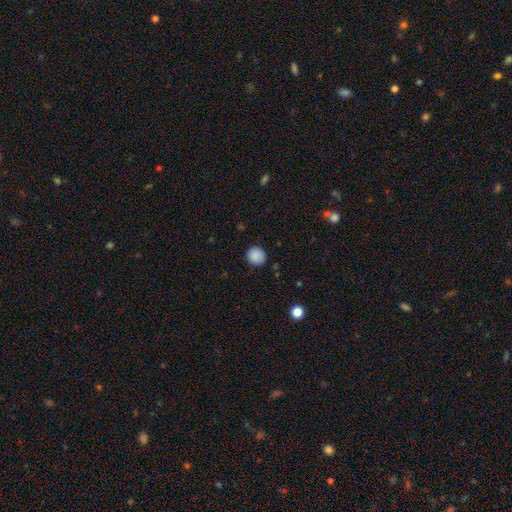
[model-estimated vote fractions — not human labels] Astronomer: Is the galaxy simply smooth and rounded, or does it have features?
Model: smooth — 88%.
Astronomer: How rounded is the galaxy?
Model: round — 91%.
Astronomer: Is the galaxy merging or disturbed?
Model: none — 89%.